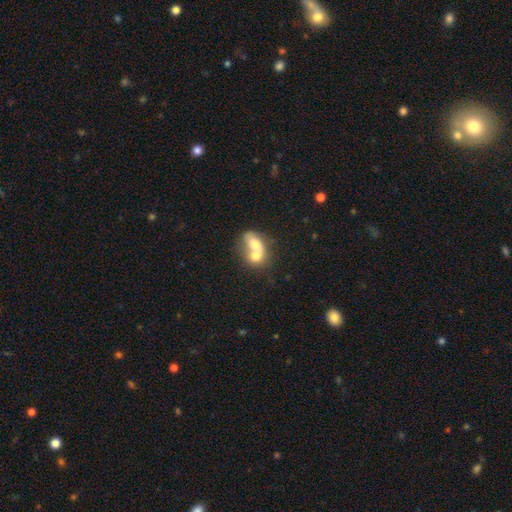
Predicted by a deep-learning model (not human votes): A smooth galaxy with no disk features (65%) that is in between round and cigar-shaped (63%). Merging: merger (77%).